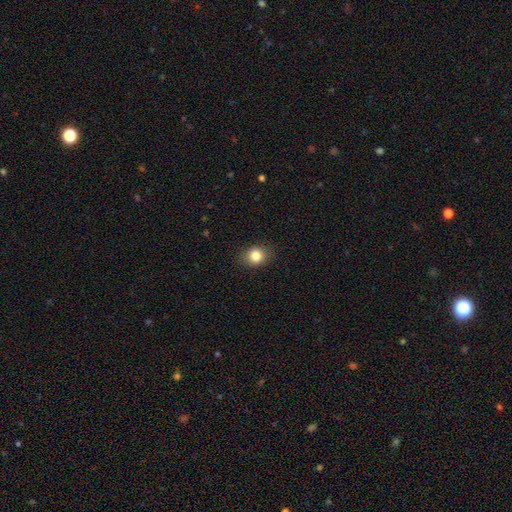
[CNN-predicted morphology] This appears to be a smooth galaxy with no disk features (83%) that is round (63%). Merging: none (86%).